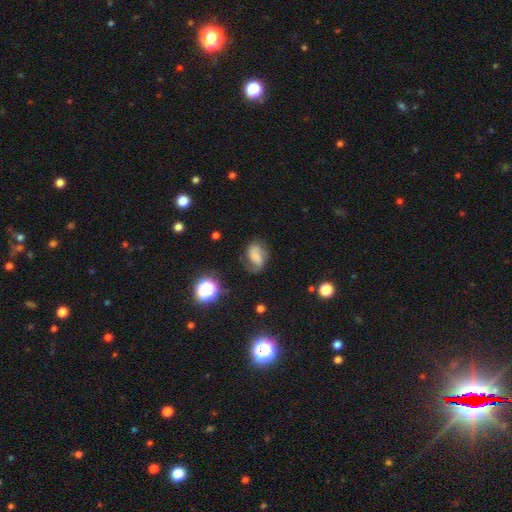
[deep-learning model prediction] This is possibly a featured or disk galaxy (49%). Merging: possibly none (55%).